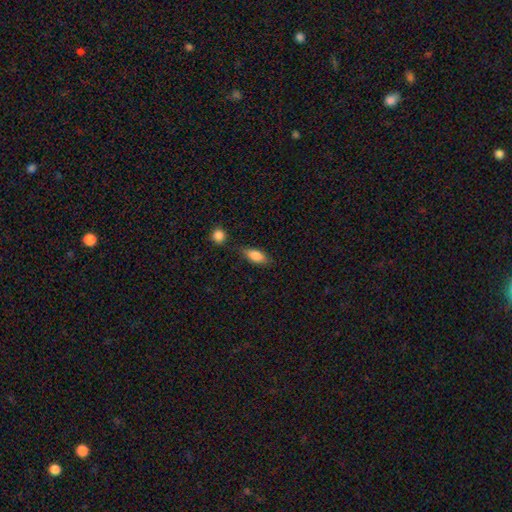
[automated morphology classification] smooth 82%, featured or disk 11%, star or artifact 7%. Down the decision tree: how rounded — in between (80%); merging — none (76%).